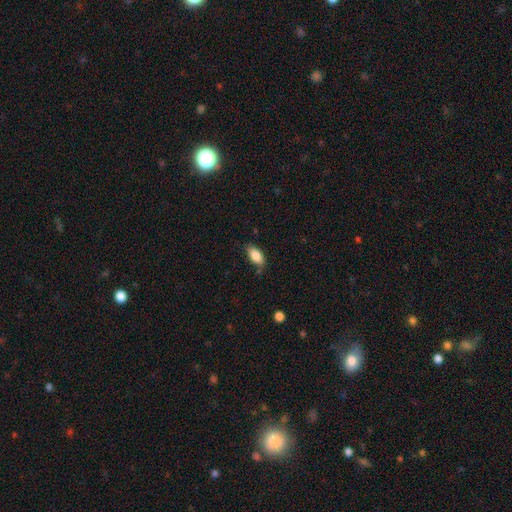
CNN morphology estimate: Q: Smooth or featured?
A: smooth (85%); runner-up: featured or disk (8%)
Q: How rounded?
A: in between (89%); runner-up: cigar-shaped (9%)
Q: Merging?
A: none (78%); runner-up: minor disturbance (17%)